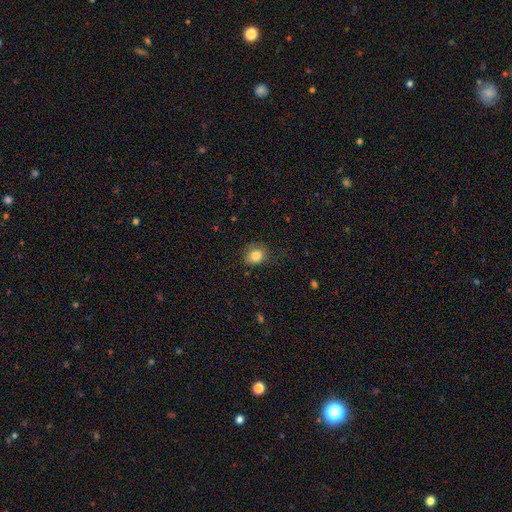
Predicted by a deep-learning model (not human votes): Morphology: type=smooth (83%); roundness=round (63%); merging=none (76%).